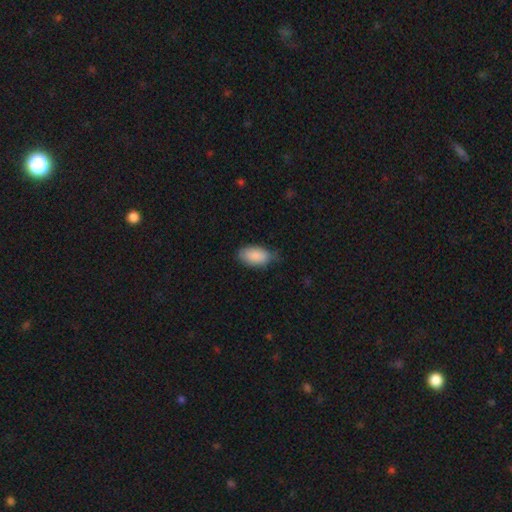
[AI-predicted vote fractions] Overall: smooth (88%). How rounded: in between (94%). Merging: none (63%; minor disturbance 31%).